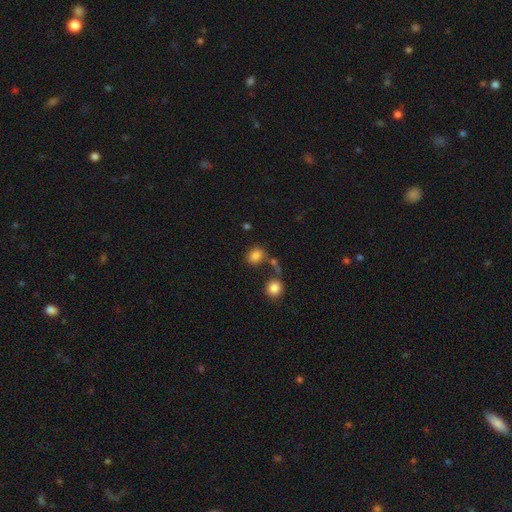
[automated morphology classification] A smooth galaxy with no disk features (83%) that is in between round and cigar-shaped (51%).

Vote fractions:
- Smooth or featured? smooth: 83% / star or artifact: 11% / featured or disk: 6%
- How rounded? in between: 51% / round: 47% / cigar-shaped: 1%
- Merging? none: 64% / merger: 17% / minor disturbance: 13% / major disturbance: 6%